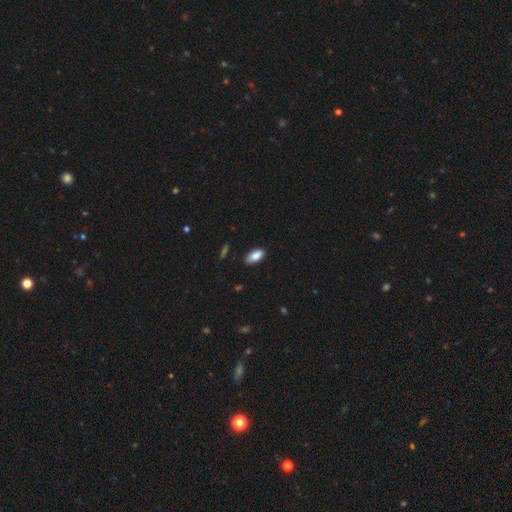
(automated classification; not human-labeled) Smooth or featured? Predicted: smooth (p=0.87). How rounded? Predicted: in between (p=0.91). Merging? Predicted: none (p=0.85).